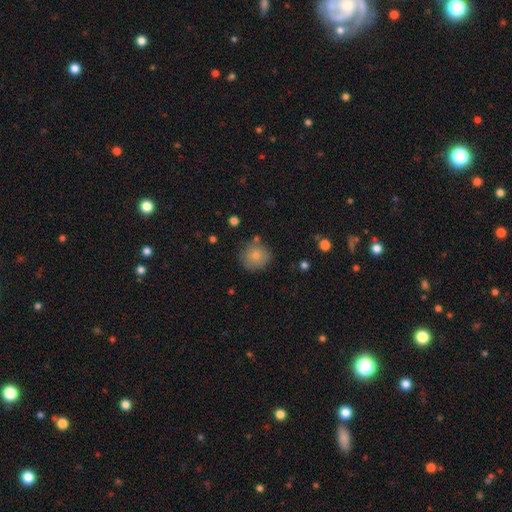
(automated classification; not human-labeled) Morphology: type=smooth (80%); roundness=round (90%); merging=none (77%).